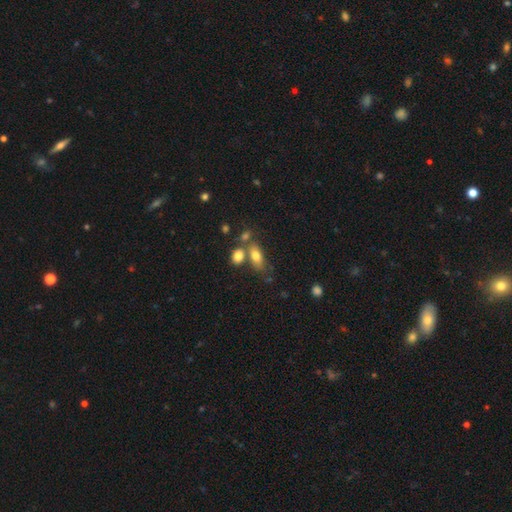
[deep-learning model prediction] Q: Smooth or featured?
A: smooth (77%); runner-up: featured or disk (15%)
Q: How rounded?
A: in between (82%); runner-up: cigar-shaped (12%)
Q: Merging?
A: none (52%); runner-up: merger (29%)